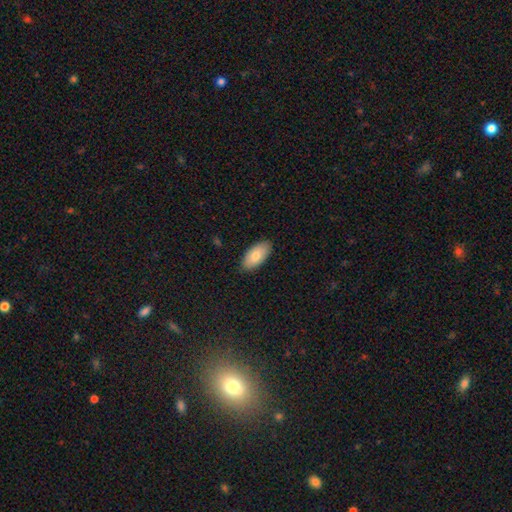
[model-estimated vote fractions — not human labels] Smooth or featured? smooth (81%)
How rounded? in between (94%)
Merging? none (87%)